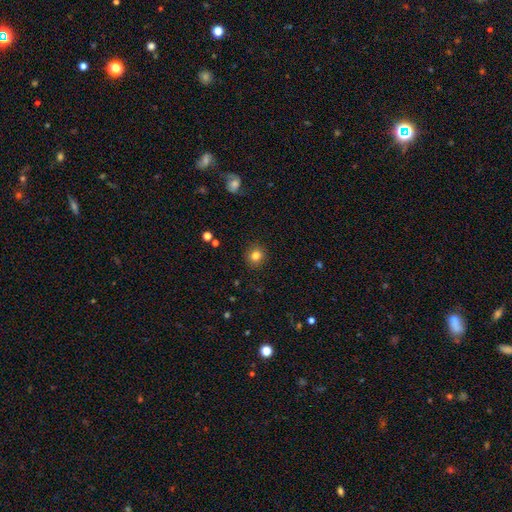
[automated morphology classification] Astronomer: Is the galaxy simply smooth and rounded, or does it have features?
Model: smooth — 82%.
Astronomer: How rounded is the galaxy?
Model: round — 88%.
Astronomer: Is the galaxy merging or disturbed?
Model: none — 91%.